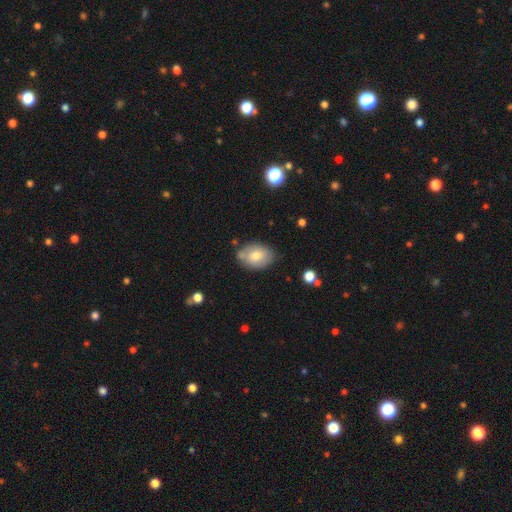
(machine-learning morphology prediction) This is likely a smooth galaxy (73%). How rounded: likely in between (78%). Merging: likely none (72%).